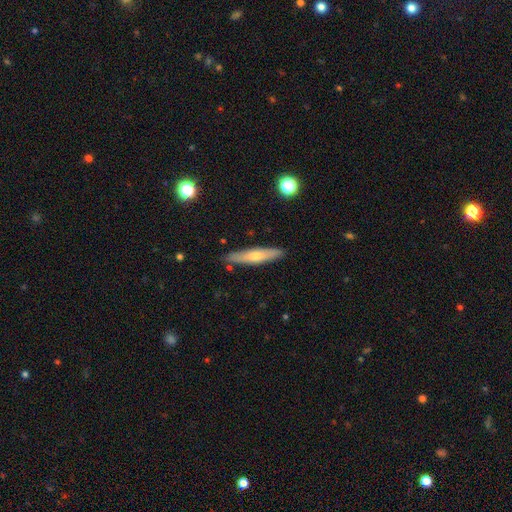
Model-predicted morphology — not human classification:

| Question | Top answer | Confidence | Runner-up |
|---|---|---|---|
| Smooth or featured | smooth | 52% | featured or disk (42%) |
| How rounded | cigar-shaped | 85% | in between (13%) |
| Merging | none | 88% | minor disturbance (9%) |